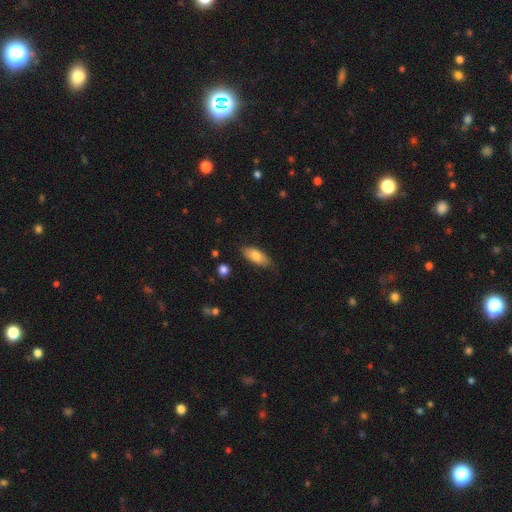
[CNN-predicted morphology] Smooth or featured?
  - smooth: 80% *
  - featured or disk: 14%
  - star or artifact: 6%
How rounded?
  - in between: 81% *
  - cigar-shaped: 17%
  - round: 2%
Merging?
  - none: 75% *
  - minor disturbance: 20%
  - major disturbance: 4%
  - merger: 1%